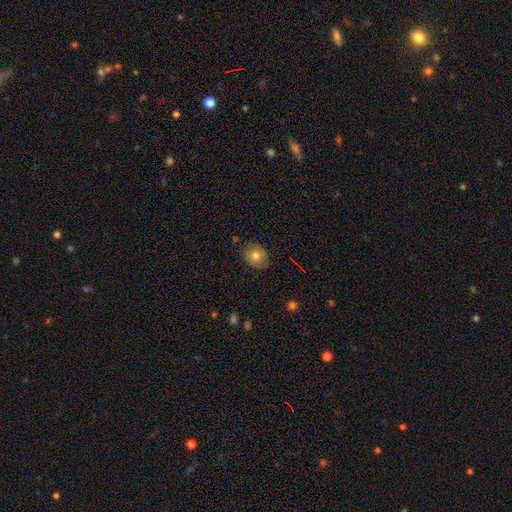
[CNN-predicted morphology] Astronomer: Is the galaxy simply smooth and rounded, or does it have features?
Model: smooth — 69%.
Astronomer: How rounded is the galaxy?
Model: round — 53% (runner-up: in between, 46%).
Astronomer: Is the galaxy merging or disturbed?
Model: none — 83%.